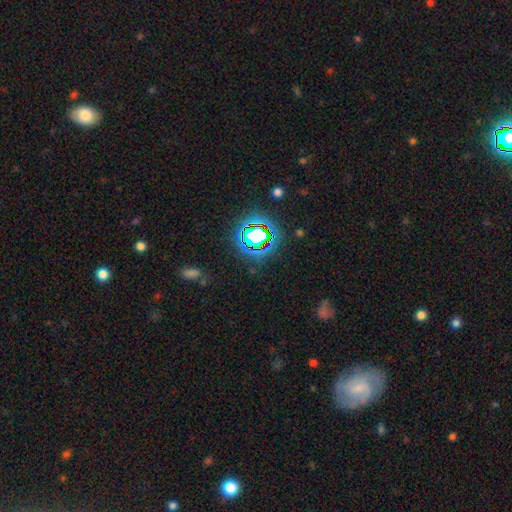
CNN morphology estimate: This is likely a star or artifact rather than a galaxy (74%).